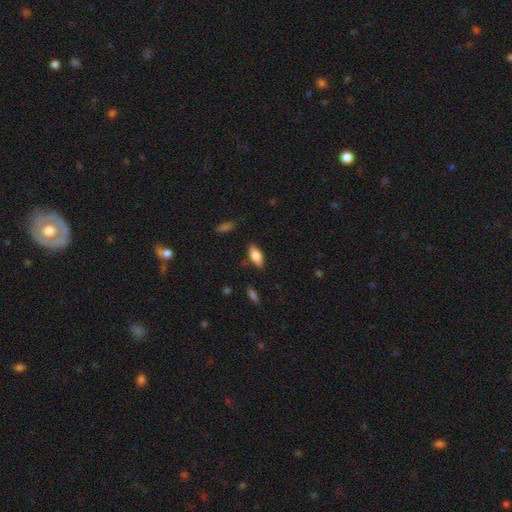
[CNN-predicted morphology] This is likely a smooth galaxy (72%). How rounded: likely in between (79%). Merging: clearly none (83%).